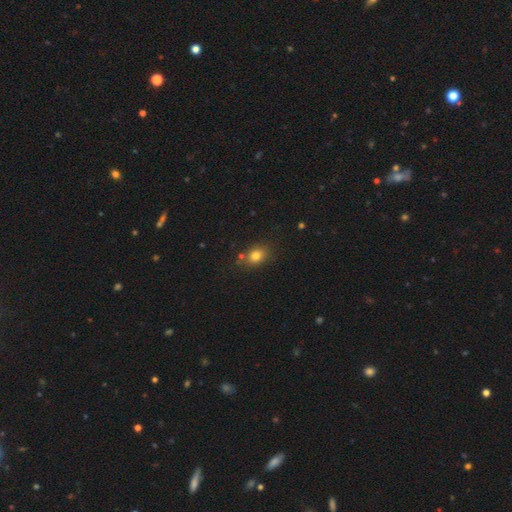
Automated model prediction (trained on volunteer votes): Smooth or featured: smooth — 79% (star or artifact — 12%)
How rounded: in between — 57% (round — 42%)
Merging: none — 76% (minor disturbance — 13%)